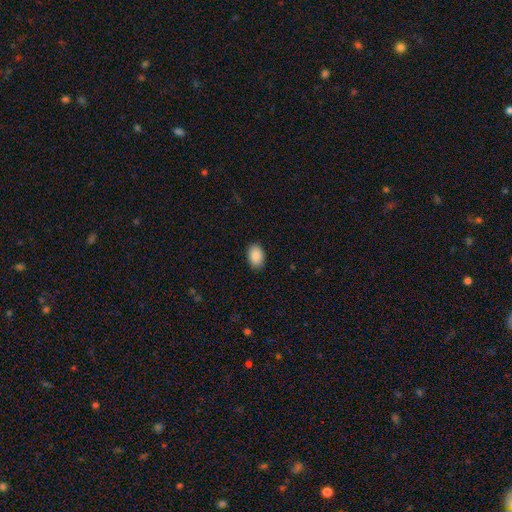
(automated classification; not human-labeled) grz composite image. It shows a smooth galaxy with no disk features (89%) that is in between round and cigar-shaped (83%). Merging: none (87%).